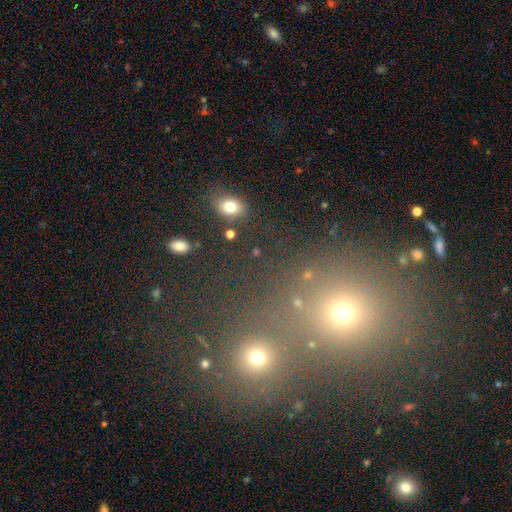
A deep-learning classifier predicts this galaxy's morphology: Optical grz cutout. It shows a star or artifact, not a galaxy (46%).